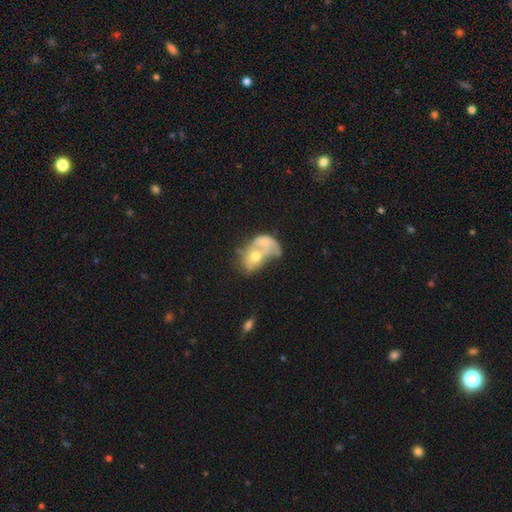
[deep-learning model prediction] Smooth or featured? smooth (46%)
Merging? merger (62%)